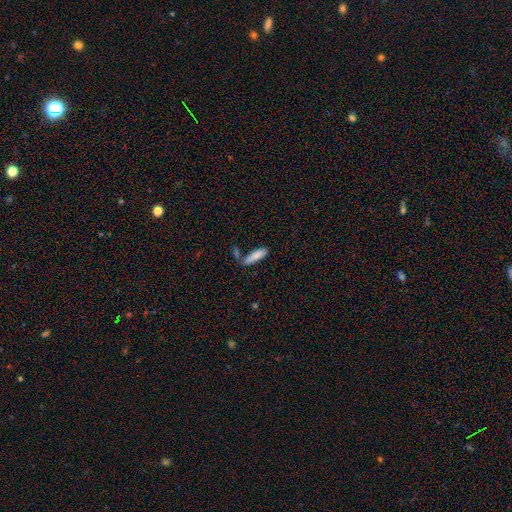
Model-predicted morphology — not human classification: Overall: smooth (82%). How rounded: cigar-shaped (66%; in between 32%). Merging: none (64%).